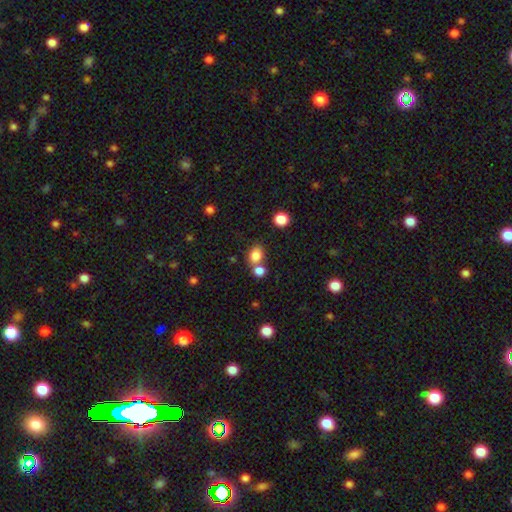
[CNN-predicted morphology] Smooth or featured? Predicted: smooth (p=0.83). How rounded? Predicted: in between (p=0.55). Merging? Predicted: none (p=0.55).